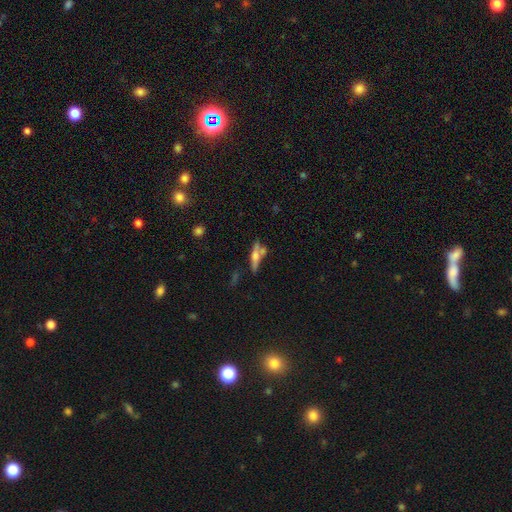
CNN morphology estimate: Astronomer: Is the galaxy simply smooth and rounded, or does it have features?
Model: featured or disk — 53% (runner-up: smooth, 37%).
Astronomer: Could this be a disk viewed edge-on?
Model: yes — 88%.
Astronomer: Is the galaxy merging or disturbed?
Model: none — 53%.